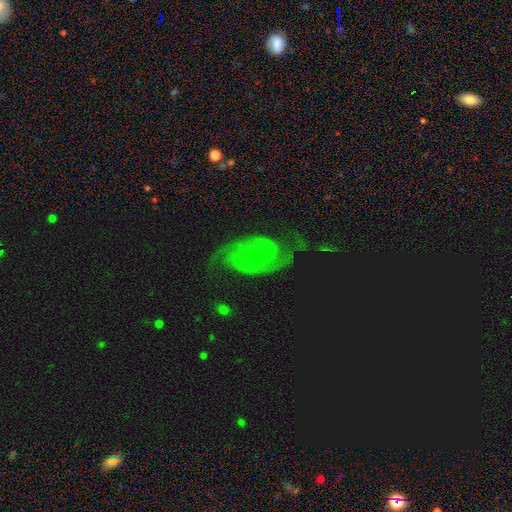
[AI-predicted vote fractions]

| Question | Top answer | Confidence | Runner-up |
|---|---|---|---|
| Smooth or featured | featured or disk | 84% | star or artifact (10%) |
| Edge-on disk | no | 98% | yes (2%) |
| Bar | no | 51% | weak (40%) |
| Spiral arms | yes | 98% | no (2%) |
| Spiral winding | medium | 48% | tight (40%) |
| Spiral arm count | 2 | 91% | can't tell (3%) |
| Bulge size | small | 71% | moderate (20%) |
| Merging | none | 75% | minor disturbance (16%) |